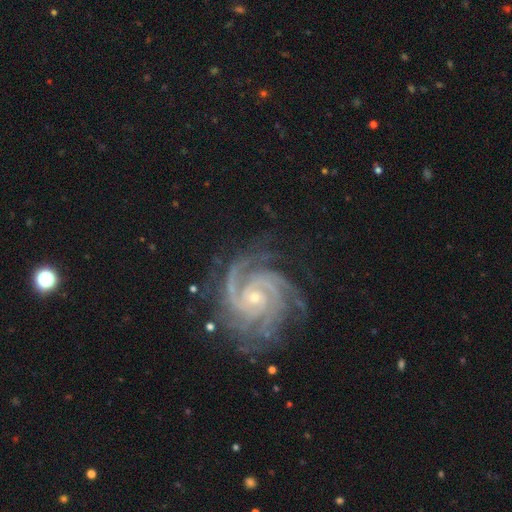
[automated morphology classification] Overall: featured or disk (85%). Edge-on disk: no (98%). Bar: no (62%; weak 26%). Spiral arms: yes (98%). Spiral arm count: 3 (26%; 2 18%). Spiral winding: tight (68%). Bulge size: small (67%; moderate 29%). Merging: none (78%).